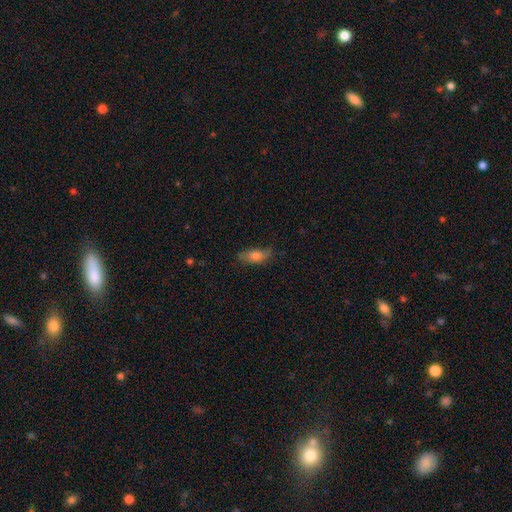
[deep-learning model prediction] Smooth or featured? smooth (72%)
How rounded? in between (71%)
Merging? none (68%)